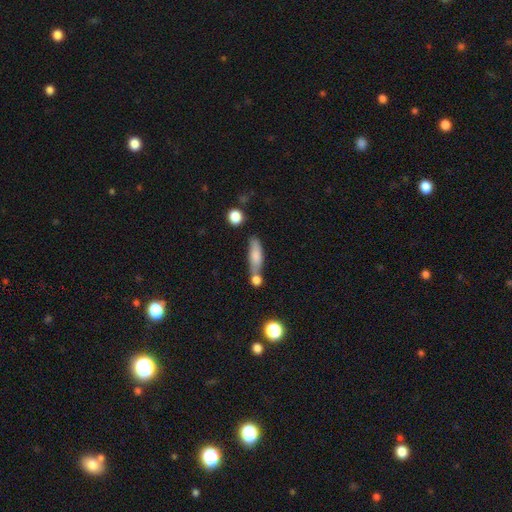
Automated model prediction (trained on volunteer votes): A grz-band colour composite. It shows a smooth galaxy with no disk features (72%) that is cigar-shaped (56%). Merging: none (47%).